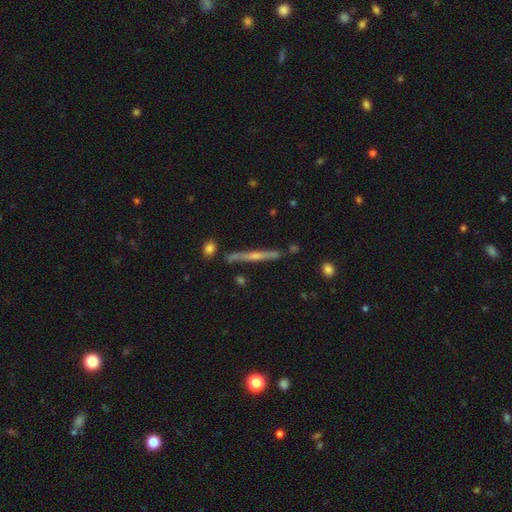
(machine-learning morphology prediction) Smooth or featured?
  - featured or disk: 71% *
  - smooth: 19%
  - star or artifact: 10%
Edge-on disk?
  - yes: 95% *
  - no: 5%
Edge-on bulge?
  - rounded: 75% *
  - none: 17%
  - boxy: 8%
Merging?
  - none: 80% *
  - minor disturbance: 10%
  - merger: 6%
  - major disturbance: 3%